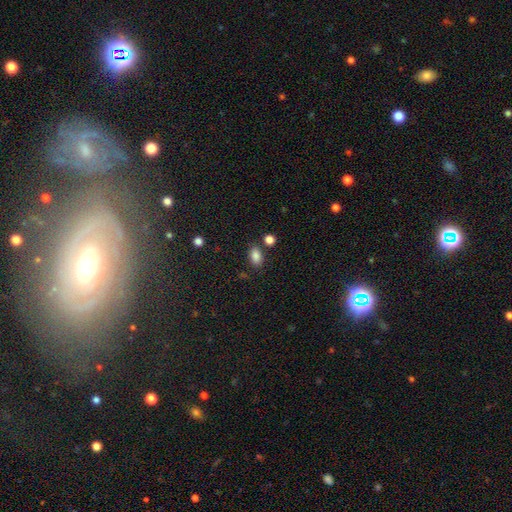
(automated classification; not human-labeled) Morphology: type=smooth (86%); roundness=in between (86%); merging=none (77%).